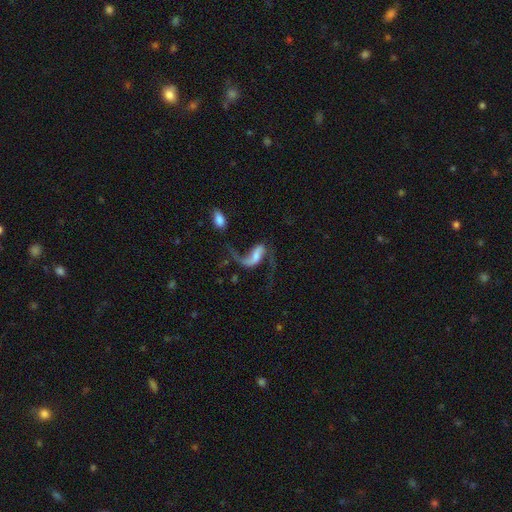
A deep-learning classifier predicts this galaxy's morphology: A featured or disk galaxy (78%) with a weak bar (39%), 2 (73%) loose (88%) spiral arms (90%) and a small central bulge (35%). Merging: major disturbance (38%).